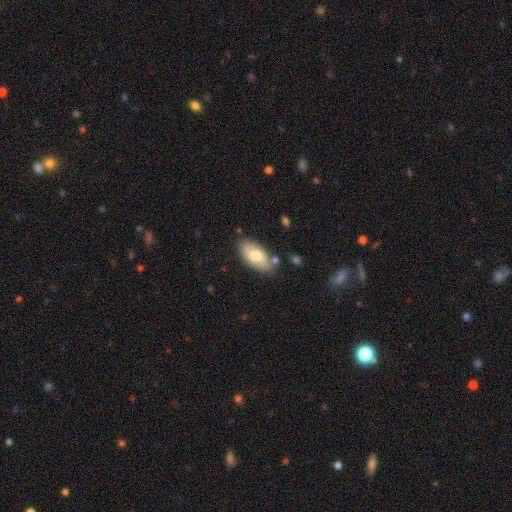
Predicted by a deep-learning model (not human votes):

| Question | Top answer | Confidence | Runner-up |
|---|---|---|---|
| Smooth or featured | smooth | 71% | featured or disk (23%) |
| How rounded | in between | 92% | cigar-shaped (5%) |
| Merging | none | 78% | minor disturbance (14%) |